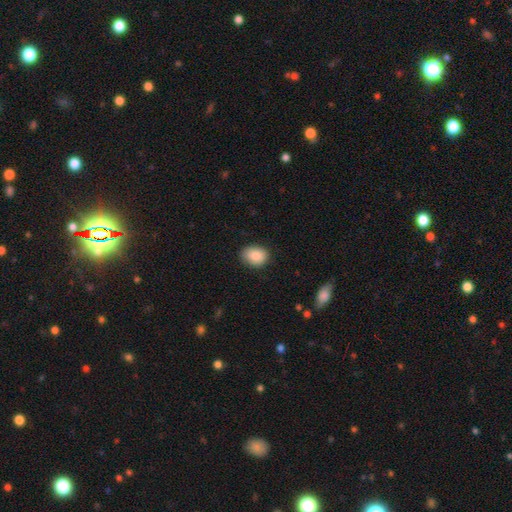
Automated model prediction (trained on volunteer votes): Overall: smooth (87%). How rounded: in between (63%; round 36%). Merging: none (83%).